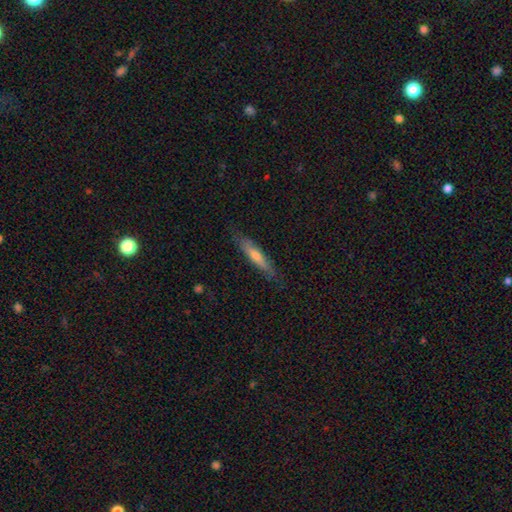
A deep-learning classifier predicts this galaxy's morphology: smooth-or-featured: smooth: 55% | featured or disk: 39% | star or artifact: 6%
  how-rounded: cigar-shaped: 88% | in between: 10% | round: 2%
  merging: none: 83% | minor disturbance: 14% | major disturbance: 2% | merger: 1%